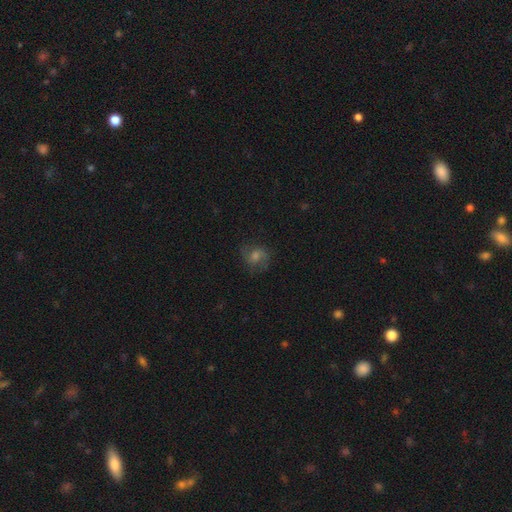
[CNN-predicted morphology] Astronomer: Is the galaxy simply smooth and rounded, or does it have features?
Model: featured or disk — 45% (runner-up: smooth, 35%).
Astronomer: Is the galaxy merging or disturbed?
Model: none — 73%.